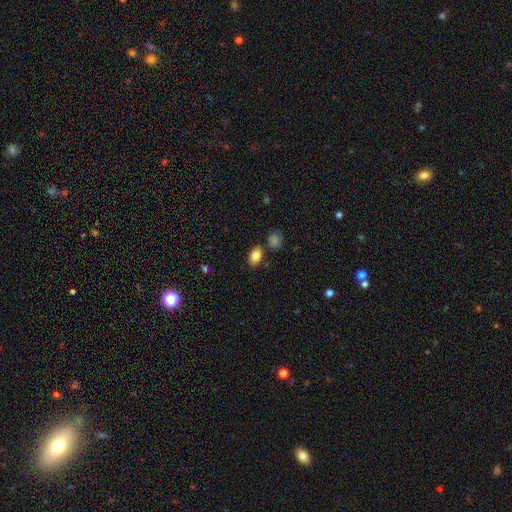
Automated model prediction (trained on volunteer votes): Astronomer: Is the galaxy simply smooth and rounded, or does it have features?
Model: smooth — 84%.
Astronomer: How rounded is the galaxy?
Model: in between — 86%.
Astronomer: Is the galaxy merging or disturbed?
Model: none — 80%.